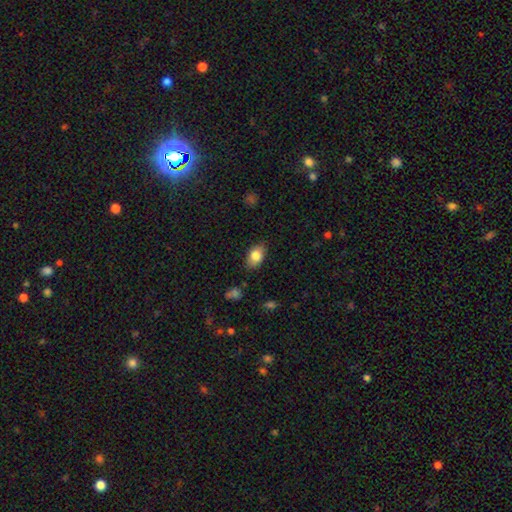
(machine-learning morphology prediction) Overall: smooth (82%). How rounded: in between (86%). Merging: none (84%).